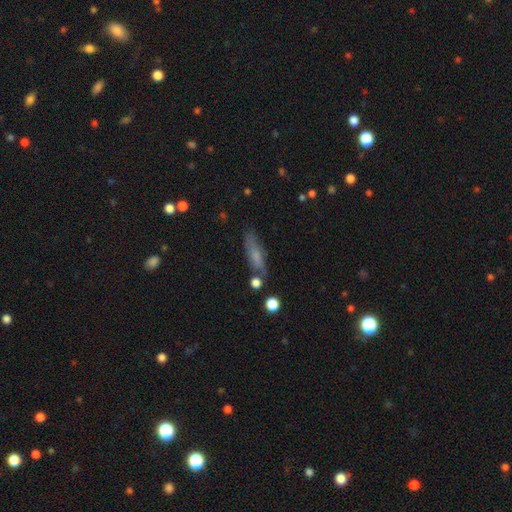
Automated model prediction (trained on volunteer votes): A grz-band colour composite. It shows a smooth galaxy with no disk features (62%) that is cigar-shaped (57%). Merging: none (63%).